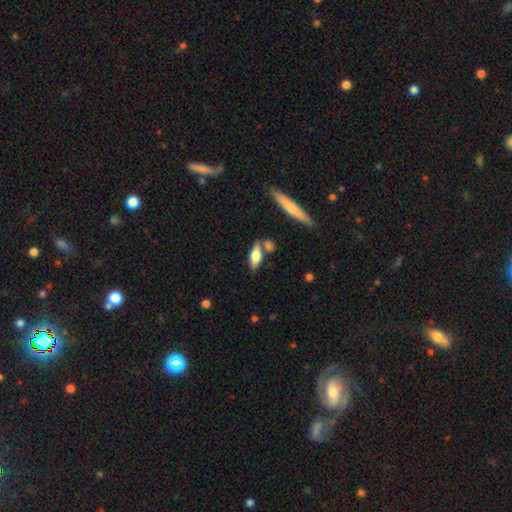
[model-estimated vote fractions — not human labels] Smooth or featured?
  - smooth: 67% *
  - featured or disk: 27%
  - star or artifact: 7%
How rounded?
  - in between: 67% *
  - cigar-shaped: 30%
  - round: 3%
Merging?
  - none: 60% *
  - merger: 18%
  - minor disturbance: 17%
  - major disturbance: 5%